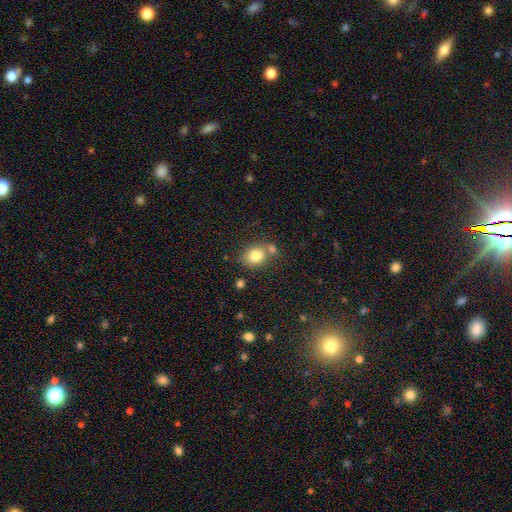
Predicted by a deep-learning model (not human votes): The model was most divided on "how rounded": round: 59%, in between: 40%, cigar-shaped: 1%. More confident: smooth or featured — smooth (80%); merging — none (59%).